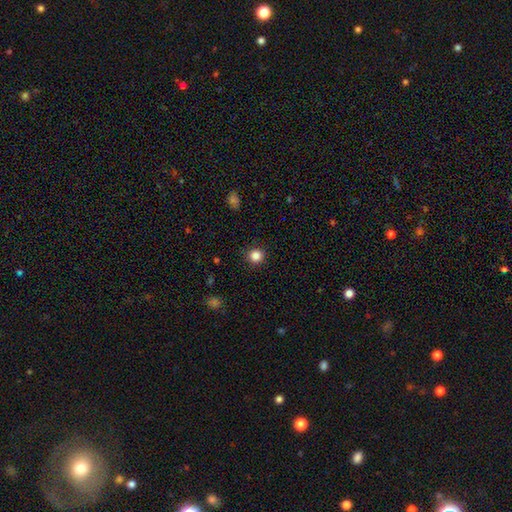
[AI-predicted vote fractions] Morphology: type=smooth (85%); roundness=round (92%); merging=none (91%).